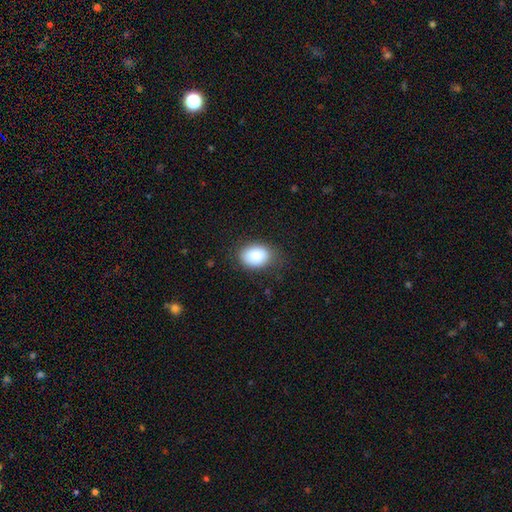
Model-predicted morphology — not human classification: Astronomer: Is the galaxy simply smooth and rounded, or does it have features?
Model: smooth — 86%.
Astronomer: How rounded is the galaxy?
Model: in between — 73%.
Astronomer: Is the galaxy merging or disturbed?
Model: none — 76%.